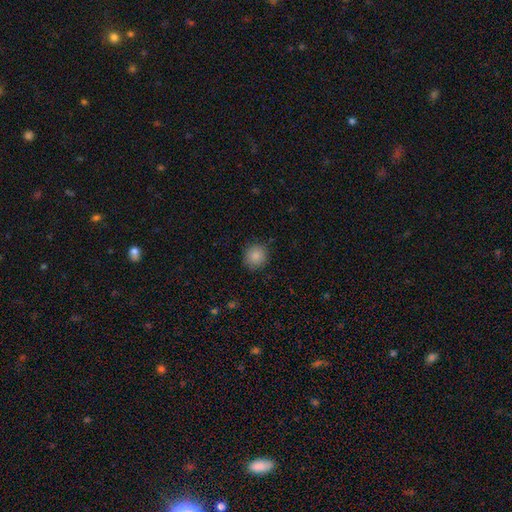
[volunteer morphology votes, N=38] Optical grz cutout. It shows a smooth galaxy with no disk features (89%) that is round (82%). Merging: none (84%).